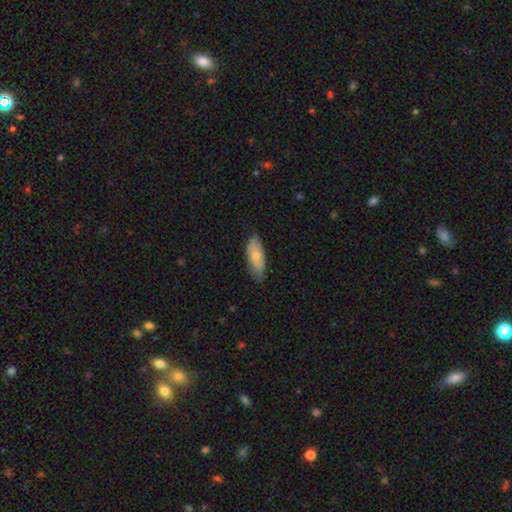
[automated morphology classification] Q: Smooth or featured?
A: smooth (66%); runner-up: featured or disk (28%)
Q: How rounded?
A: in between (70%); runner-up: cigar-shaped (28%)
Q: Merging?
A: none (79%); runner-up: minor disturbance (18%)